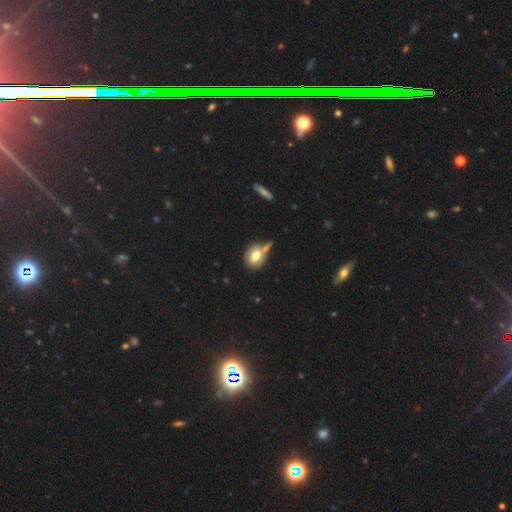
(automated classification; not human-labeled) Morphology: type=smooth (74%); roundness=round (53%); merging=none (52%).